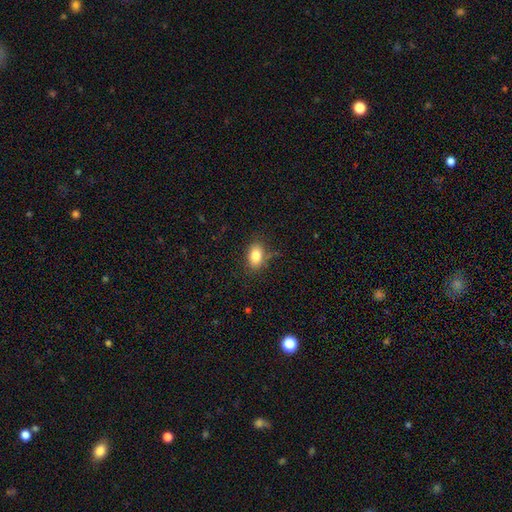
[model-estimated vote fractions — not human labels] Q: Smooth or featured?
A: smooth (83%); runner-up: star or artifact (9%)
Q: How rounded?
A: in between (83%); runner-up: round (15%)
Q: Merging?
A: none (76%); runner-up: minor disturbance (17%)